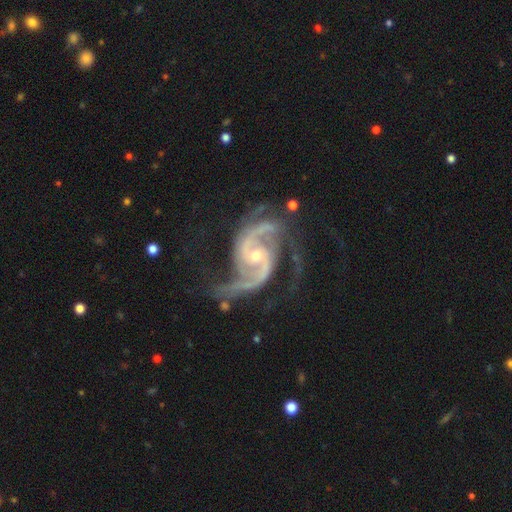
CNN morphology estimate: This appears to be a featured or disk galaxy (93%) with no bar (46%), 2 (80%) medium (58%) spiral arms (99%) and a small central bulge (55%). Merging: none (61%).